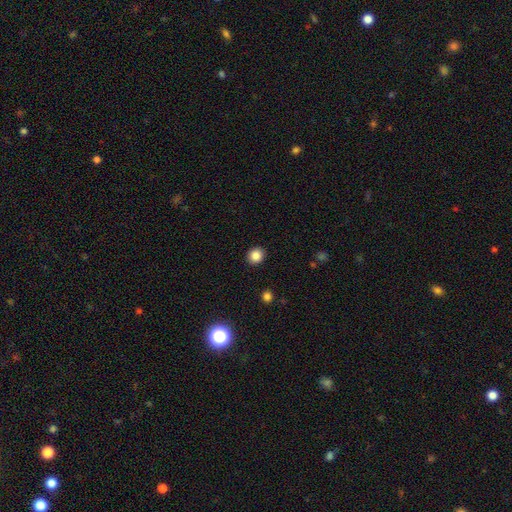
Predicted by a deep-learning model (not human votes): This appears to be a smooth galaxy with no disk features (86%) that is round (79%). Merging: none (92%).